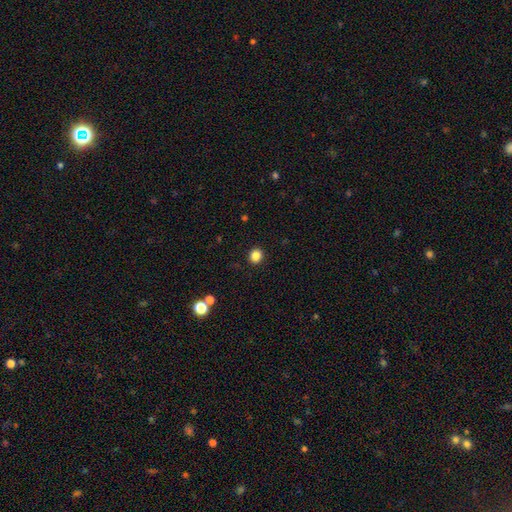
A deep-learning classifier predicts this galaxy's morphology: Smooth or featured: smooth — 84% (star or artifact — 12%)
How rounded: round — 85% (in between — 14%)
Merging: none — 92% (minor disturbance — 5%)